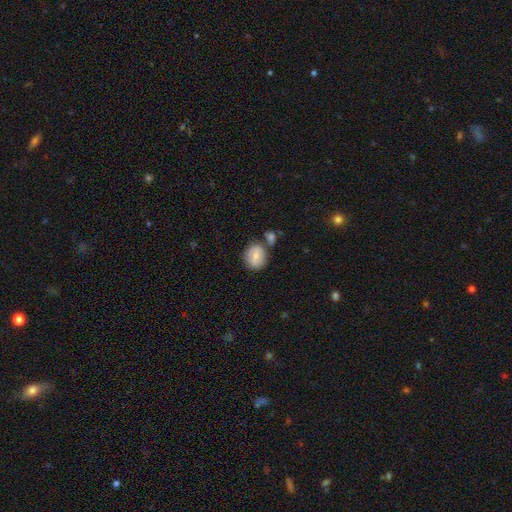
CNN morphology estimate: This appears to be a smooth galaxy with no disk features (69%) that is round (70%). Merging: none (62%).